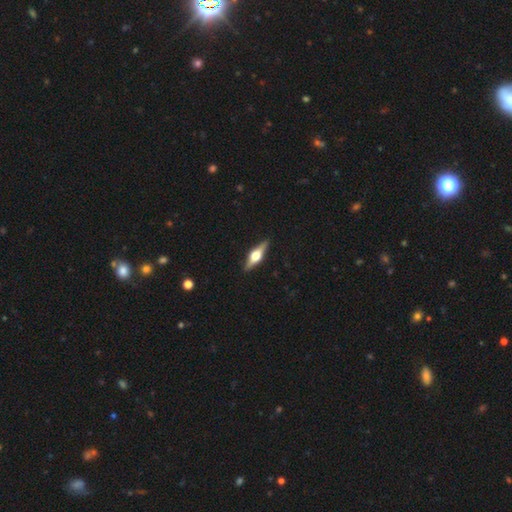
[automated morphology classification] featured or disk 68%, smooth 26%, star or artifact 6%. Down the decision tree: edge-on disk — yes (96%); edge-on bulge — rounded (95%); merging — none (90%).